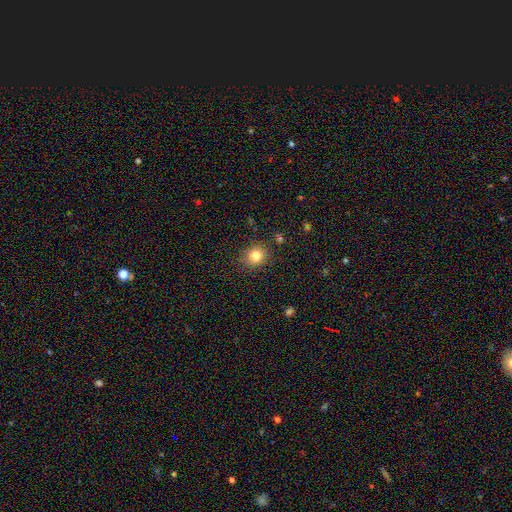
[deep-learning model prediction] Smooth or featured?
  - smooth: 81% *
  - star or artifact: 12%
  - featured or disk: 7%
How rounded?
  - round: 81% *
  - in between: 18%
  - cigar-shaped: 1%
Merging?
  - none: 85% *
  - minor disturbance: 10%
  - major disturbance: 3%
  - merger: 2%